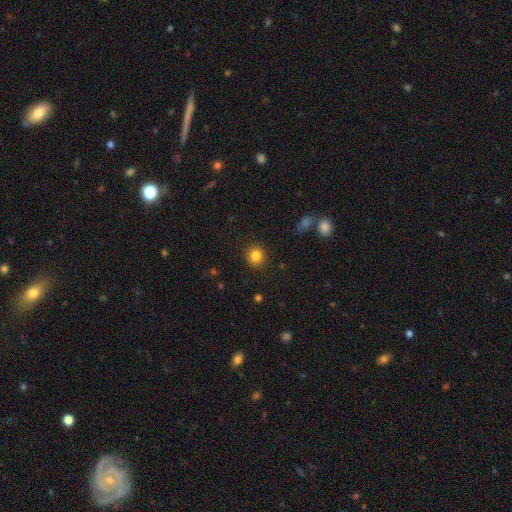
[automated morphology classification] Smooth or featured?
  - smooth: 83% *
  - star or artifact: 11%
  - featured or disk: 6%
How rounded?
  - round: 90% *
  - in between: 9%
  - cigar-shaped: 1%
Merging?
  - none: 91% *
  - minor disturbance: 6%
  - major disturbance: 2%
  - merger: 1%